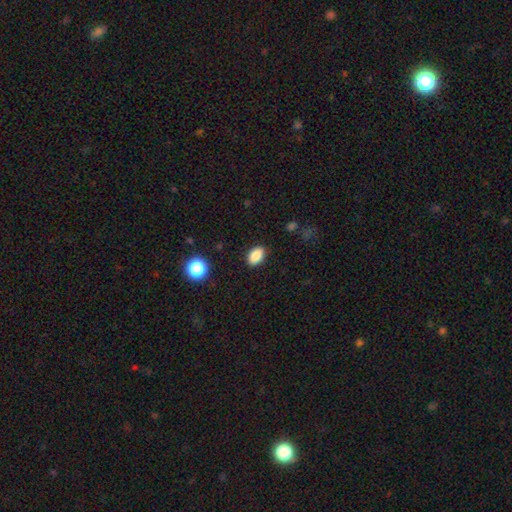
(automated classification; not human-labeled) The model was most divided on "how rounded": in between: 86%, round: 12%, cigar-shaped: 1%. More confident: merging — none (87%); smooth or featured — smooth (87%).